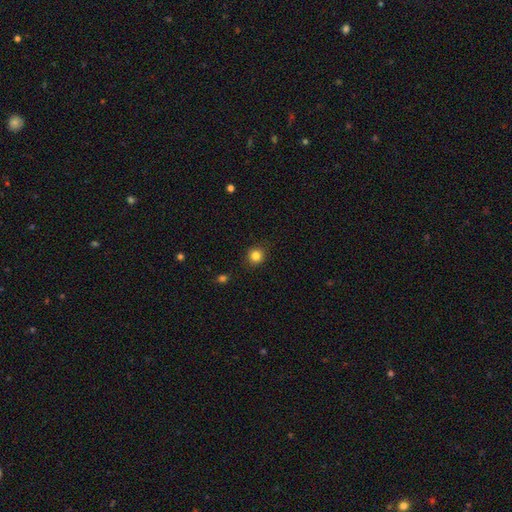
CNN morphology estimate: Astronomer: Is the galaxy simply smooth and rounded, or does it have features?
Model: smooth — 84%.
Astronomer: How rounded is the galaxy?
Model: round — 90%.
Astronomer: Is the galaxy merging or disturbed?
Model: none — 90%.